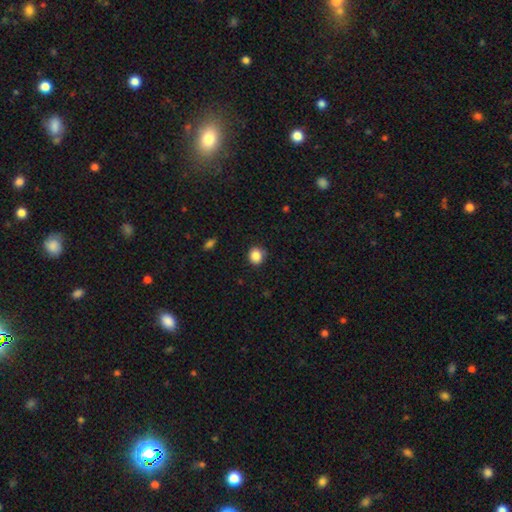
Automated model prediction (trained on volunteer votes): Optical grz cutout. It shows a smooth galaxy with no disk features (86%) that is round (78%). Merging: none (81%).